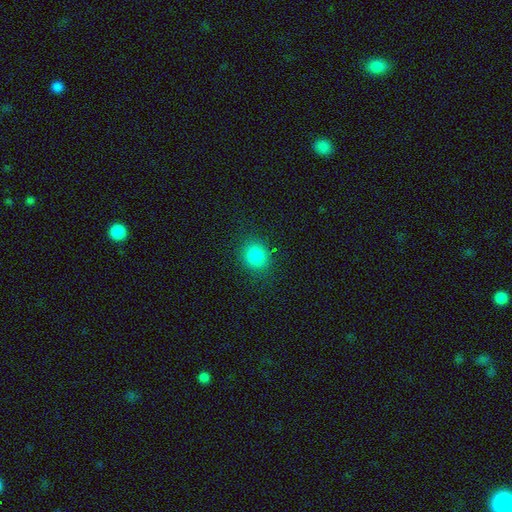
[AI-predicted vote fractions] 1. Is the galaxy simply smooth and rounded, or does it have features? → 84% smooth, 11% star or artifact, 4% featured or disk.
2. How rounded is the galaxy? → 75% round, 24% in between, 1% cigar-shaped.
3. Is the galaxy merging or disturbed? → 87% none, 9% minor disturbance, 3% major disturbance, 1% merger.